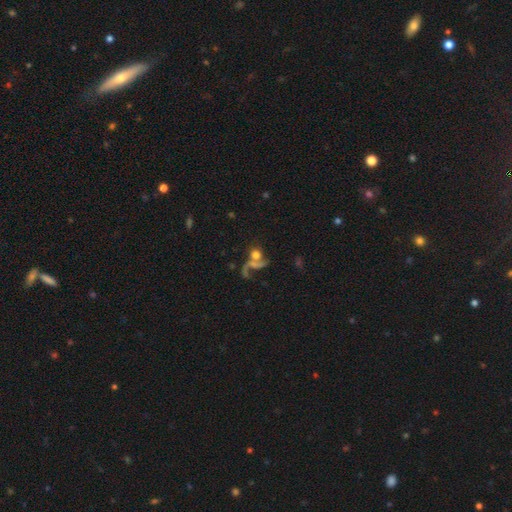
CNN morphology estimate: Smooth or featured?
  - smooth: 46% *
  - featured or disk: 39%
  - star or artifact: 15%
Merging?
  - merger: 44% *
  - none: 27%
  - major disturbance: 20%
  - minor disturbance: 9%